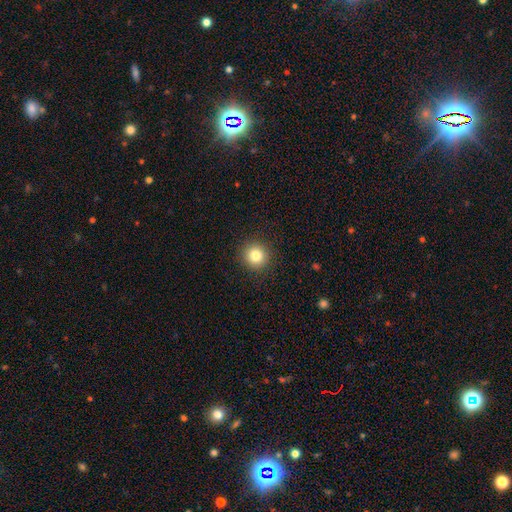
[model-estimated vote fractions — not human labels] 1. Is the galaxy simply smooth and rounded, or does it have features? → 82% smooth, 12% star or artifact, 7% featured or disk.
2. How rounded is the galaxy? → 94% round, 5% in between, 1% cigar-shaped.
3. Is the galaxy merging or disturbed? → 92% none, 5% minor disturbance, 2% major disturbance, 1% merger.